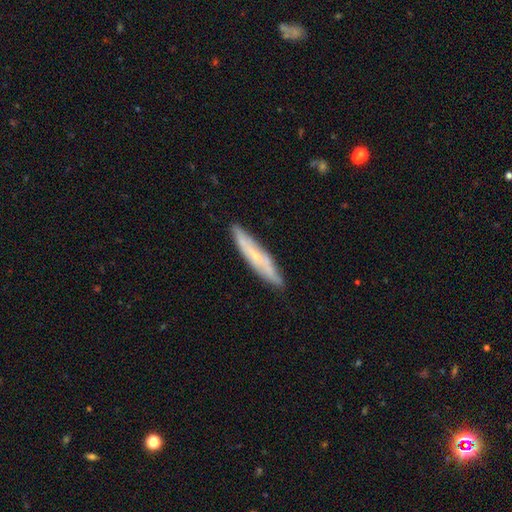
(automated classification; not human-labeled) Overall: featured or disk (53%; smooth 41%). Edge-on disk: yes (69%; no 31%). Merging: none (84%).